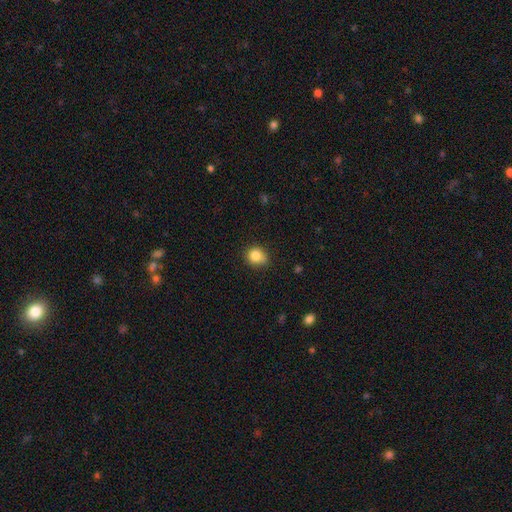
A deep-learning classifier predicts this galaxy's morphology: This is clearly a smooth galaxy (83%). How rounded: clearly round (80%). Merging: likely none (70%).